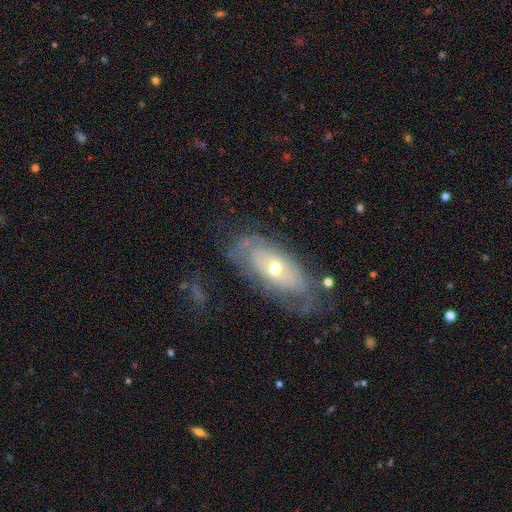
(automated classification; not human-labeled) smooth_or_featured: featured or disk (p=0.65) [alt: smooth p=0.27]
disk_edge_on: no (p=0.85) [alt: yes p=0.15]
bar: no (p=0.82) [alt: weak p=0.14]
has_spiral_arms: yes (p=0.56) [alt: no p=0.44]
bulge_size: moderate (p=0.51) [alt: small p=0.45]
merging: none (p=0.63) [alt: minor disturbance p=0.22]